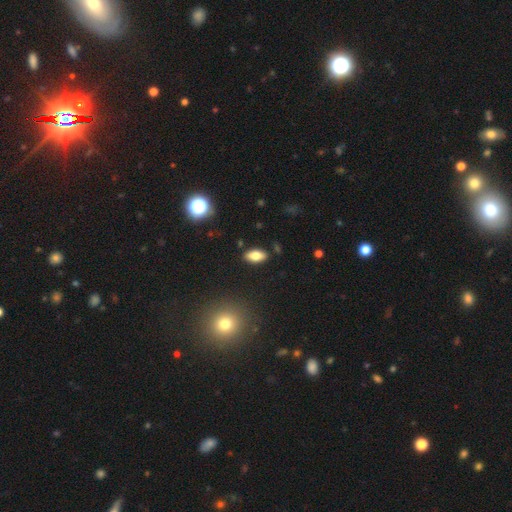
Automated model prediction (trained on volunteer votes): A smooth galaxy with no disk features (76%) that is in between round and cigar-shaped (88%). Merging: none (88%).